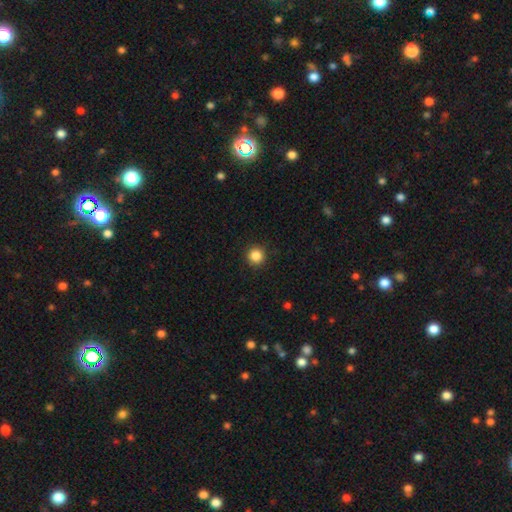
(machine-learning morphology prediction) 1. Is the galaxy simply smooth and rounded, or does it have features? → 86% smooth, 10% star or artifact, 3% featured or disk.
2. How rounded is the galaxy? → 95% round, 4% in between, 1% cigar-shaped.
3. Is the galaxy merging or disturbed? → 92% none, 5% minor disturbance, 2% major disturbance, 1% merger.